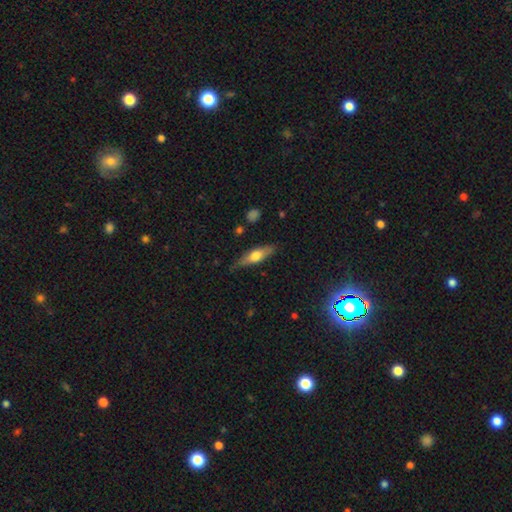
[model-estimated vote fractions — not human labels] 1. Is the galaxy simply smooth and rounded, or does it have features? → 54% smooth, 40% featured or disk, 6% star or artifact.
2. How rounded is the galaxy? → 57% cigar-shaped, 40% in between, 2% round.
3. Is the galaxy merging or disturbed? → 73% none, 20% minor disturbance, 4% major disturbance, 2% merger.